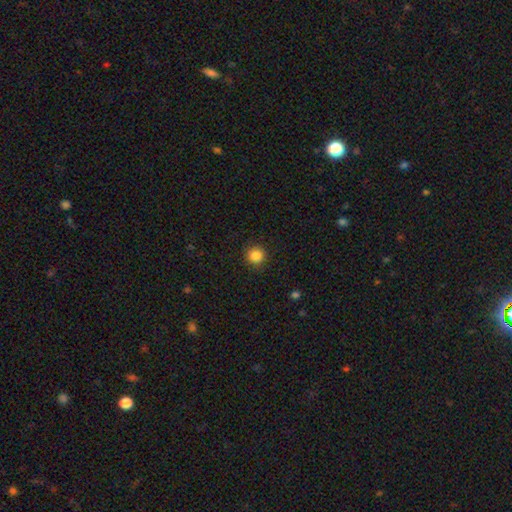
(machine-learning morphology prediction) A smooth galaxy with no disk features (86%) that is round (93%).

Vote fractions:
- Smooth or featured? smooth: 86% / star or artifact: 11% / featured or disk: 3%
- How rounded? round: 93% / in between: 6% / cigar-shaped: 1%
- Merging? none: 90% / minor disturbance: 7% / major disturbance: 2% / merger: 1%